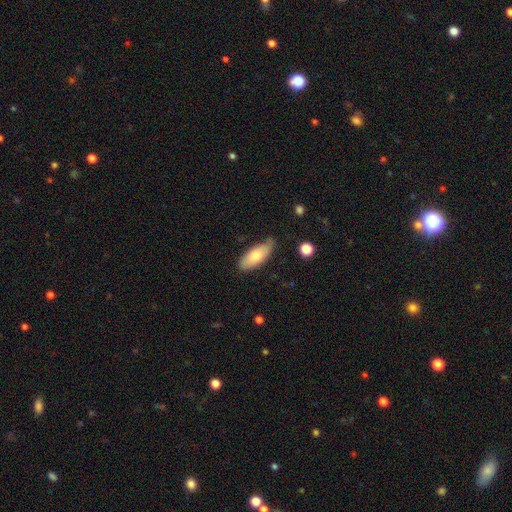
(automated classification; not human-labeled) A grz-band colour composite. It shows a smooth galaxy with no disk features (76%) that is in between round and cigar-shaped (78%). Merging: none (71%).